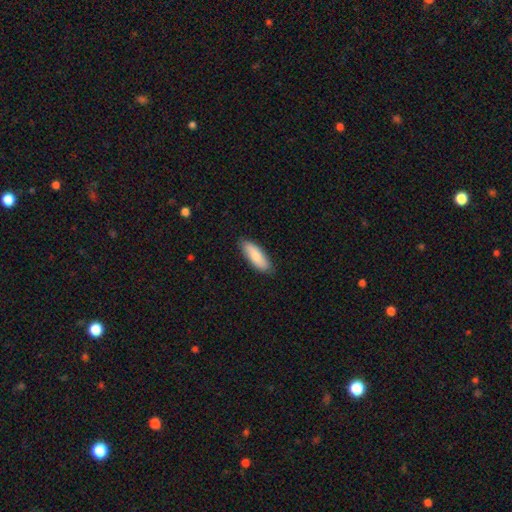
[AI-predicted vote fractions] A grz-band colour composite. It shows a smooth galaxy with no disk features (81%) that is in between round and cigar-shaped (64%). Merging: none (85%).